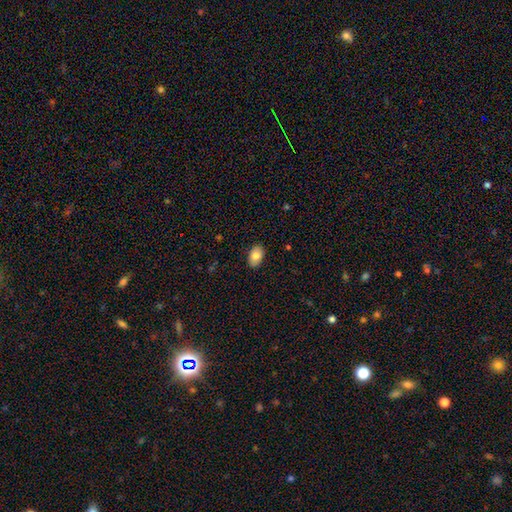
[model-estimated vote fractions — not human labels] smooth 82%, featured or disk 11%, star or artifact 7%. Down the decision tree: how rounded — in between (90%); merging — none (88%).